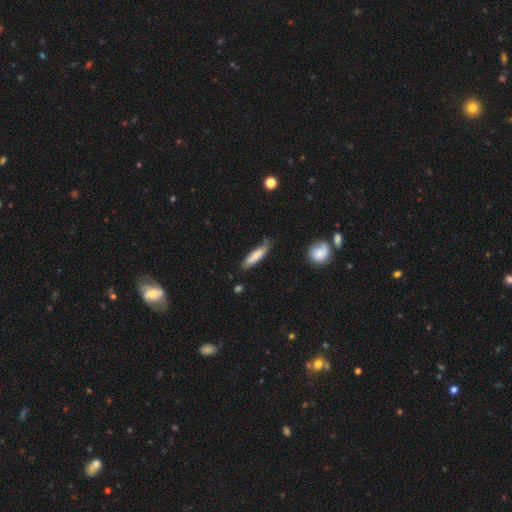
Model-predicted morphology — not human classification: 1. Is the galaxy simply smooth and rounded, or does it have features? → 81% smooth, 13% featured or disk, 6% star or artifact.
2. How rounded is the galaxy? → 75% cigar-shaped, 24% in between, 2% round.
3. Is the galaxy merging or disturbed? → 71% none, 22% minor disturbance, 4% major disturbance, 3% merger.